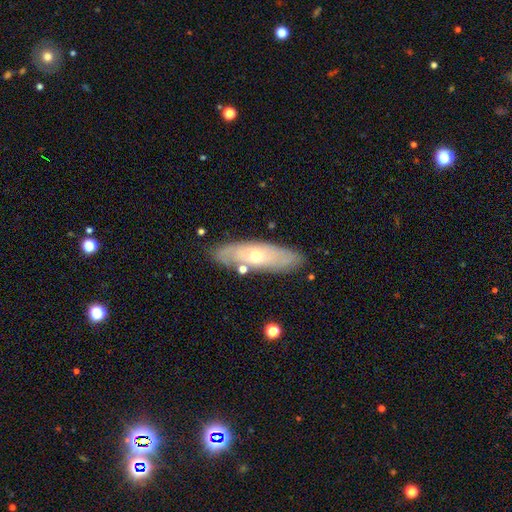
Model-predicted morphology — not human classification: smooth-or-featured: featured or disk: 61% | smooth: 32% | star or artifact: 7%
  disk-edge-on: no: 69% | yes: 31%
  merging: none: 81% | minor disturbance: 12% | merger: 3% | major disturbance: 3%